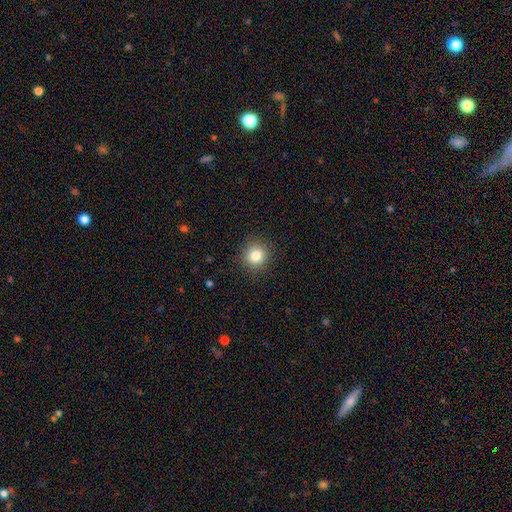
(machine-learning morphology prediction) smooth-or-featured: smooth: 82% | star or artifact: 11% | featured or disk: 6%
  how-rounded: round: 91% | in between: 8% | cigar-shaped: 1%
  merging: none: 90% | minor disturbance: 7% | major disturbance: 2% | merger: 1%